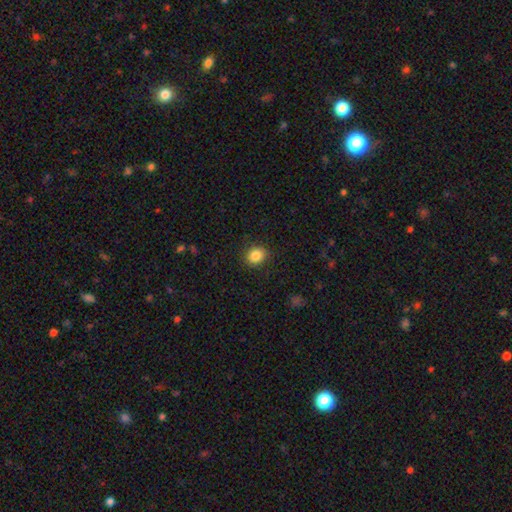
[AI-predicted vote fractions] smooth-or-featured: smooth: 85% | star or artifact: 10% | featured or disk: 5%
  how-rounded: round: 66% | in between: 33% | cigar-shaped: 1%
  merging: none: 88% | minor disturbance: 8% | major disturbance: 2% | merger: 1%